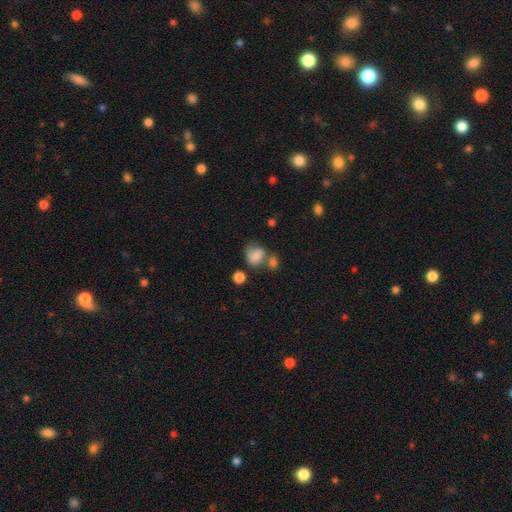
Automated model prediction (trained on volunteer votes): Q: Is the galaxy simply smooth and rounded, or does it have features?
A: smooth — 71%.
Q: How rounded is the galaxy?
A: round — 50%.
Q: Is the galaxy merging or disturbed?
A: none — 37%.